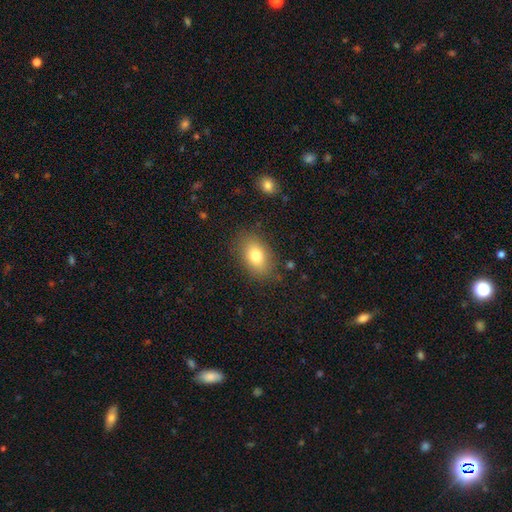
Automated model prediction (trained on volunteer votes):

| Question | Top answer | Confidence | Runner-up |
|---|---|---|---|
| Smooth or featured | smooth | 78% | featured or disk (13%) |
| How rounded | in between | 84% | round (14%) |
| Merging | none | 81% | minor disturbance (13%) |